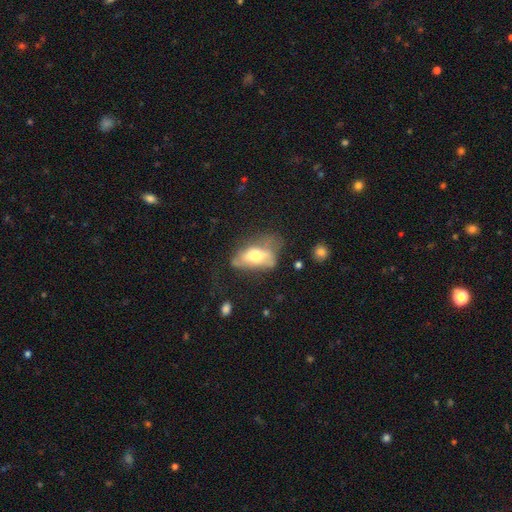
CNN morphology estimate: A smooth galaxy with no disk features (50%).

Vote fractions:
- Smooth or featured? smooth: 50% / featured or disk: 42% / star or artifact: 9%
- Merging? major disturbance: 36% / none: 29% / minor disturbance: 28% / merger: 6%